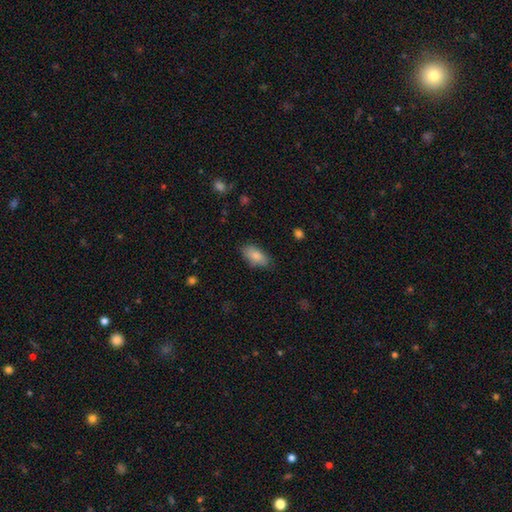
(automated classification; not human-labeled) A smooth galaxy with no disk features (83%) that is in between round and cigar-shaped (91%). Merging: none (77%).